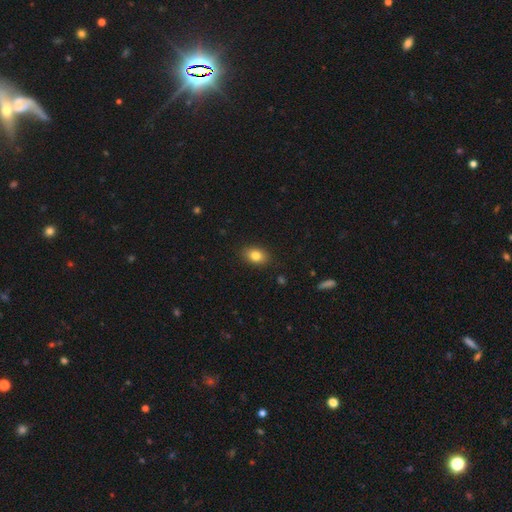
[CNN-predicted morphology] smooth-or-featured: smooth: 82% | star or artifact: 9% | featured or disk: 9%
  how-rounded: in between: 81% | round: 17% | cigar-shaped: 2%
  merging: none: 87% | minor disturbance: 9% | major disturbance: 2% | merger: 1%